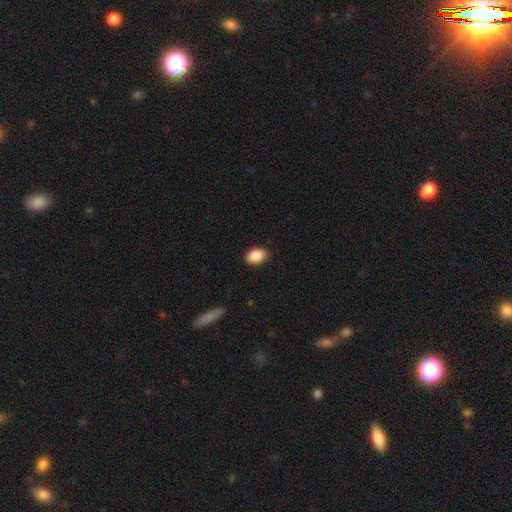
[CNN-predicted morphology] smooth-or-featured: smooth: 89% | star or artifact: 8% | featured or disk: 4%
  how-rounded: in between: 82% | round: 17% | cigar-shaped: 1%
  merging: none: 85% | minor disturbance: 12% | major disturbance: 2% | merger: 1%